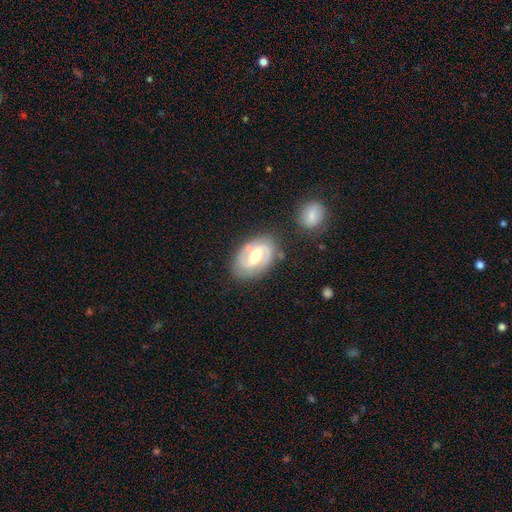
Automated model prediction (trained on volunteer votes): This is clearly a featured or disk galaxy (83%). It is clearly not viewed edge-on (97%). Bar: possibly weak (48%). Spiral arm pattern: clearly yes (93%). Spiral arm count: clearly 2 (88%). Spiral winding: possibly medium (47%). Central bulge: possibly moderate (58%). Merging: likely none (76%).